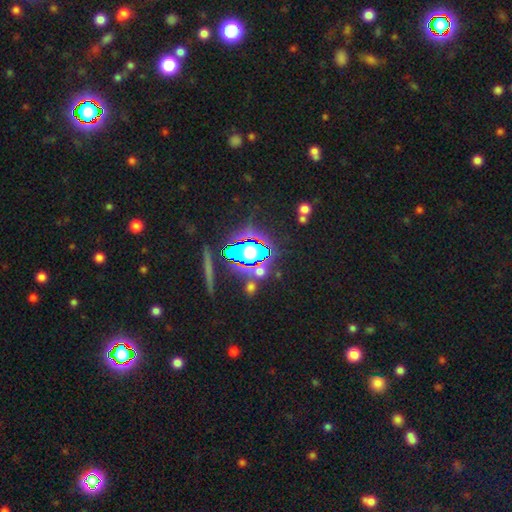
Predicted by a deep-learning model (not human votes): A star or artifact, not a galaxy (56%).

Vote fractions:
- Smooth or featured? star or artifact: 56% / smooth: 28% / featured or disk: 16%